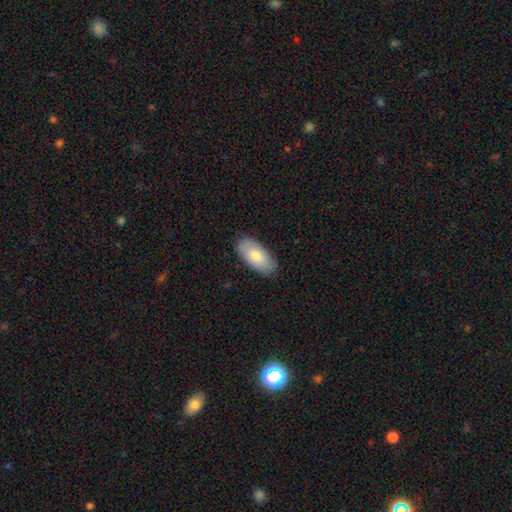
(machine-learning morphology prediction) A smooth galaxy with no disk features (77%) that is in between round and cigar-shaped (93%).

Vote fractions:
- Smooth or featured? smooth: 77% / featured or disk: 17% / star or artifact: 6%
- How rounded? in between: 93% / cigar-shaped: 5% / round: 2%
- Merging? none: 86% / minor disturbance: 11% / major disturbance: 2% / merger: 1%